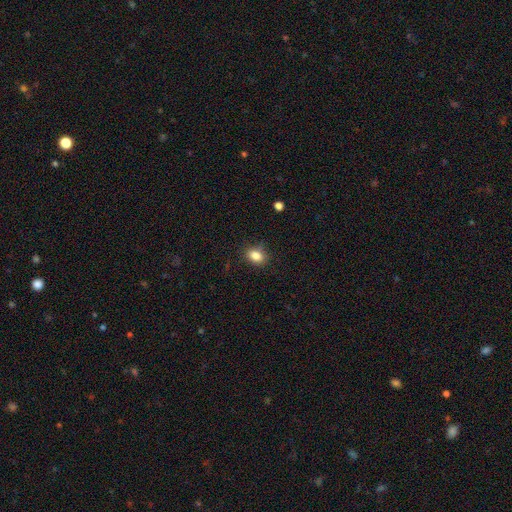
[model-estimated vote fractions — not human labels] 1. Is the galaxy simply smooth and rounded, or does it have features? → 84% smooth, 10% star or artifact, 6% featured or disk.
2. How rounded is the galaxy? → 65% in between, 34% round, 1% cigar-shaped.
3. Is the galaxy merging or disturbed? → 82% none, 13% minor disturbance, 3% major disturbance, 1% merger.